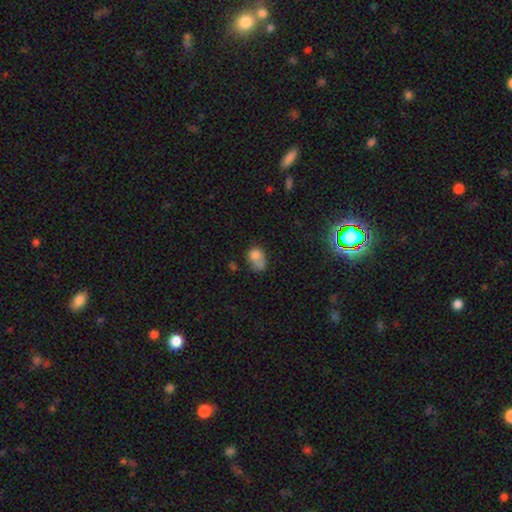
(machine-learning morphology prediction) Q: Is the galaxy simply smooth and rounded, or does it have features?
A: smooth — 75%.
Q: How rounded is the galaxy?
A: in between — 59%.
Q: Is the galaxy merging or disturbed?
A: merger — 32%.